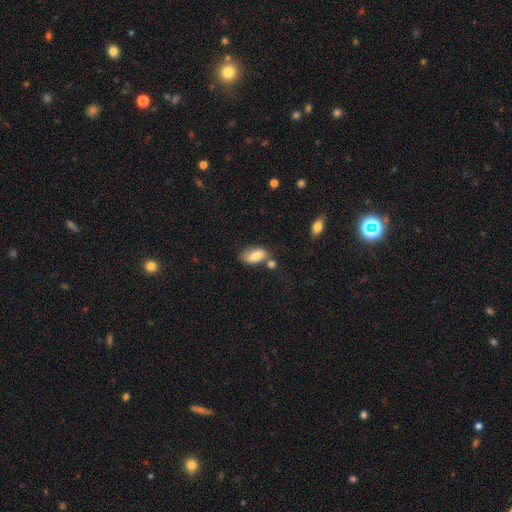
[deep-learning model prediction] The model was most divided on "merging": none: 52%, minor disturbance: 22%, merger: 20%, major disturbance: 7%. More confident: how rounded — in between (92%); smooth or featured — smooth (78%).